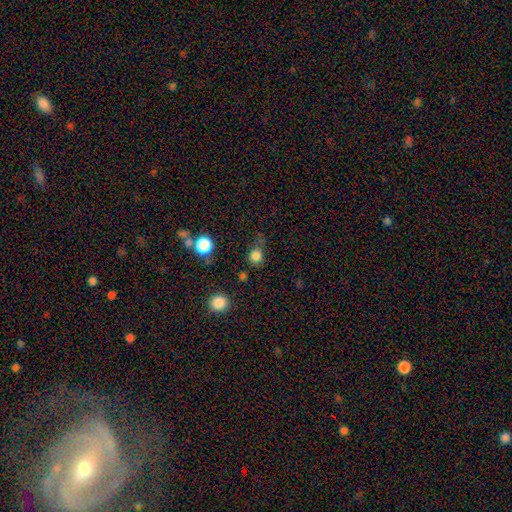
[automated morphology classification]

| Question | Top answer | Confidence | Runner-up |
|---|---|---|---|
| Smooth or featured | smooth | 79% | star or artifact (15%) |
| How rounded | round | 80% | in between (19%) |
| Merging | none | 60% | minor disturbance (23%) |